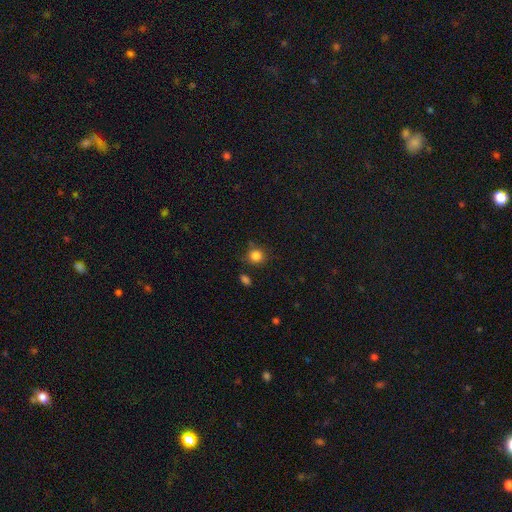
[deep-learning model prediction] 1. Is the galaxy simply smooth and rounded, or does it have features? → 84% smooth, 11% star or artifact, 5% featured or disk.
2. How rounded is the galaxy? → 86% round, 13% in between, 1% cigar-shaped.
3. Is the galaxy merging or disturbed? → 78% none, 14% minor disturbance, 5% merger, 4% major disturbance.